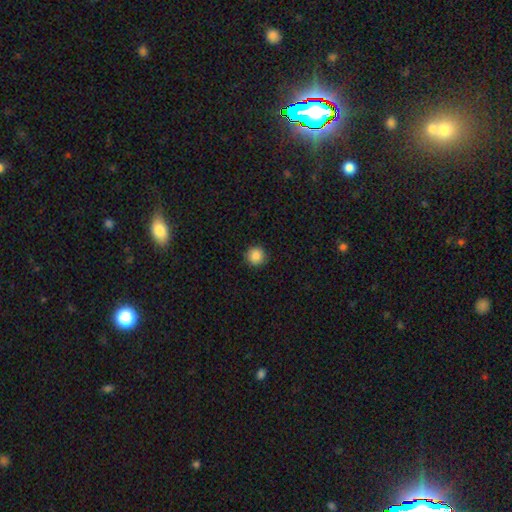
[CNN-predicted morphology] Smooth or featured: smooth — 87% (star or artifact — 10%)
How rounded: round — 95% (in between — 4%)
Merging: none — 92% (minor disturbance — 6%)